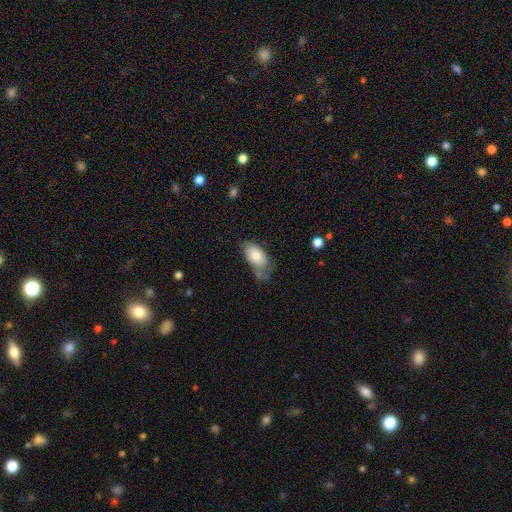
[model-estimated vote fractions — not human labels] A smooth galaxy with no disk features (75%) that is in between round and cigar-shaped (93%). Merging: minor disturbance (34%).